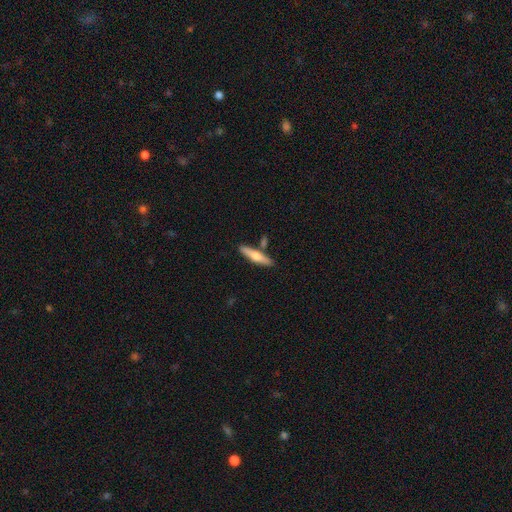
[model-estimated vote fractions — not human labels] Smooth or featured: smooth — 54% (featured or disk — 41%)
How rounded: cigar-shaped — 84% (in between — 14%)
Merging: none — 77% (minor disturbance — 11%)